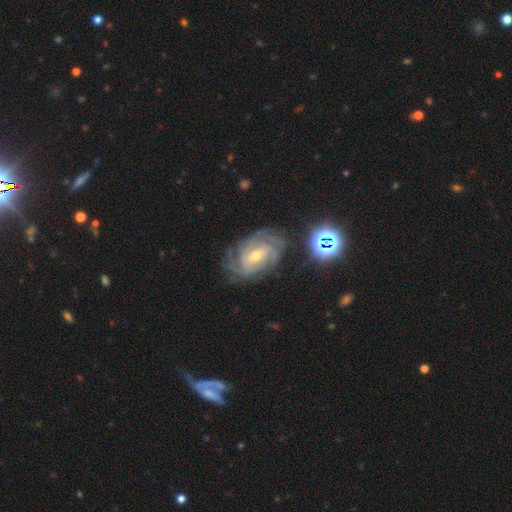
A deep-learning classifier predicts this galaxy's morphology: A featured or disk galaxy (85%) with a weak bar (47%), tight (62%) spiral arms (97%) and a small central bulge (58%). Merging: none (72%).